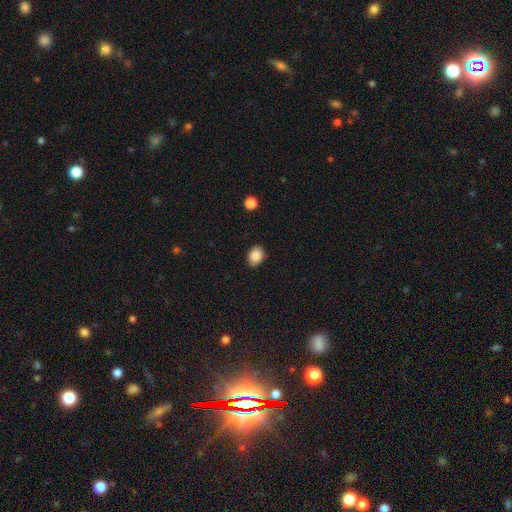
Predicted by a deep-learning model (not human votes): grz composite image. It shows a smooth galaxy with no disk features (88%) that is in between round and cigar-shaped (71%). Merging: none (82%).